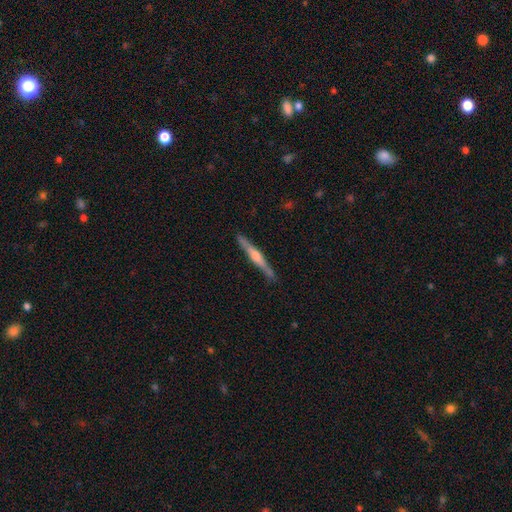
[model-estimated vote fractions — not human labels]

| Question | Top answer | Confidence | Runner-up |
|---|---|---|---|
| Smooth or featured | featured or disk | 73% | smooth (22%) |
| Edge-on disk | yes | 98% | no (2%) |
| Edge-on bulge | rounded | 72% | boxy (15%) |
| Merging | none | 89% | minor disturbance (9%) |